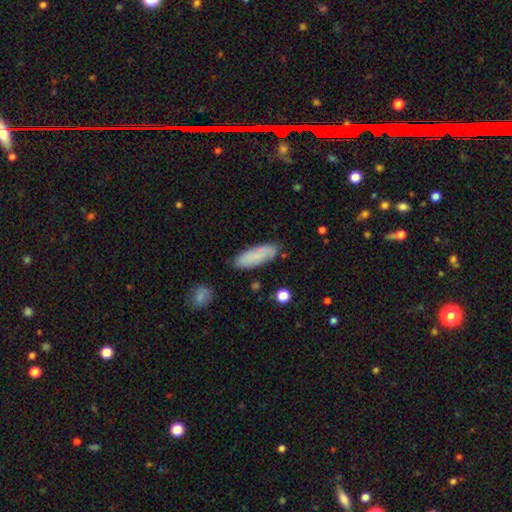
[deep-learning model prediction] A smooth galaxy with no disk features (78%) that is in between round and cigar-shaped (58%).

Vote fractions:
- Smooth or featured? smooth: 78% / featured or disk: 14% / star or artifact: 7%
- How rounded? in between: 58% / cigar-shaped: 40% / round: 2%
- Merging? none: 78% / minor disturbance: 16% / major disturbance: 4% / merger: 3%